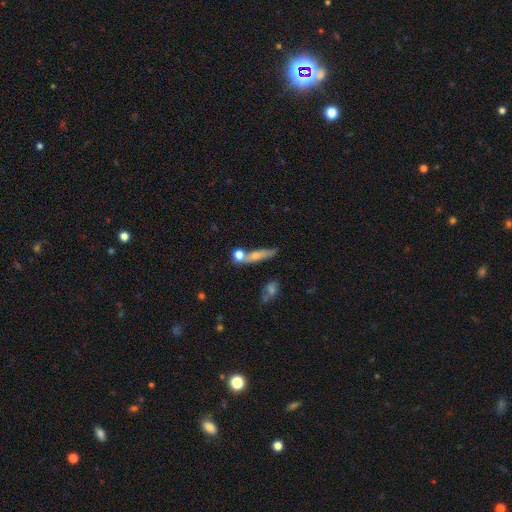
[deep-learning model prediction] Morphology: type=smooth (58%); roundness=cigar-shaped (68%); merging=none (57%).